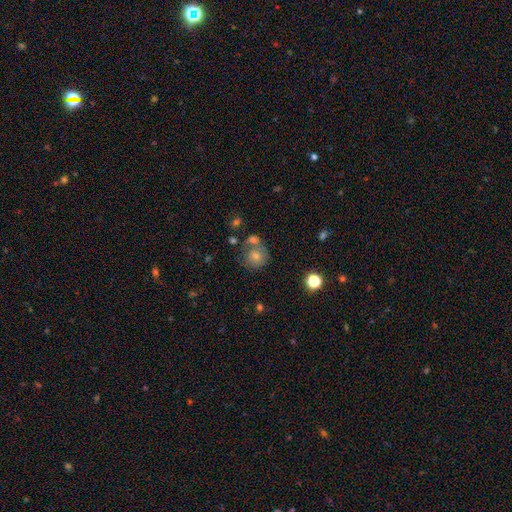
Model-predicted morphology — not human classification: smooth-or-featured: smooth: 58% | featured or disk: 23% | star or artifact: 19%
  how-rounded: round: 86% | in between: 13% | cigar-shaped: 1%
  merging: none: 58% | merger: 24% | minor disturbance: 12% | major disturbance: 6%